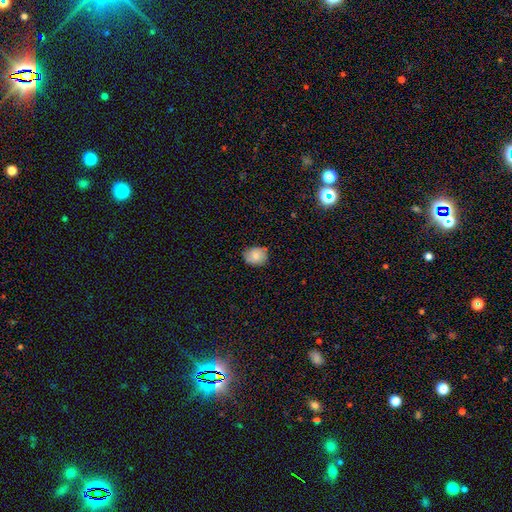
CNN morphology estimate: A smooth galaxy with no disk features (79%) that is round (57%). Merging: none (78%).